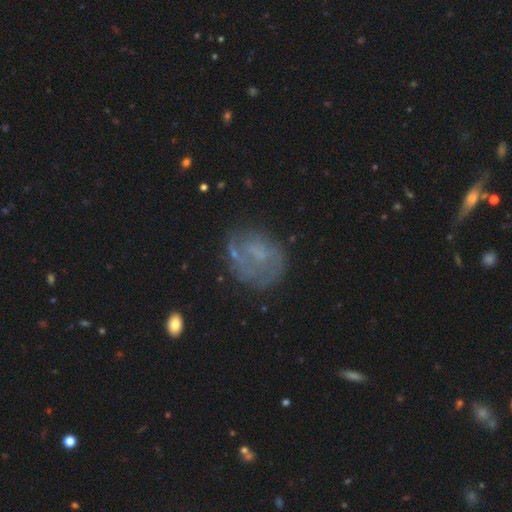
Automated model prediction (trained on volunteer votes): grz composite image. It shows a featured or disk galaxy (53%) with no bar (68%), spiral arms (51%) and no central bulge (53%). Merging: none (57%).